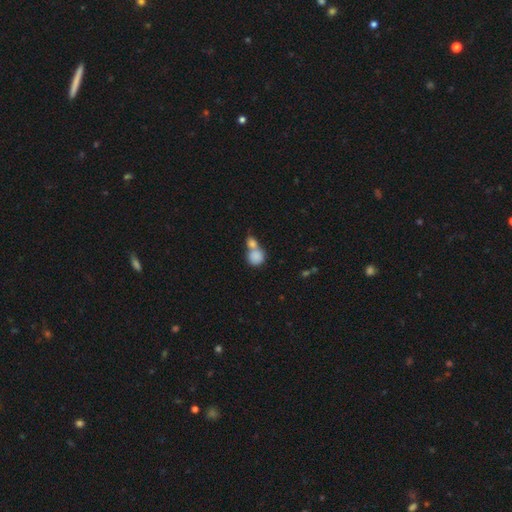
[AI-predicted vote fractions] smooth_or_featured: smooth (p=0.84) [alt: featured or disk p=0.08]
how_rounded: round (p=0.76) [alt: in between p=0.23]
merging: merger (p=0.60) [alt: none p=0.29]